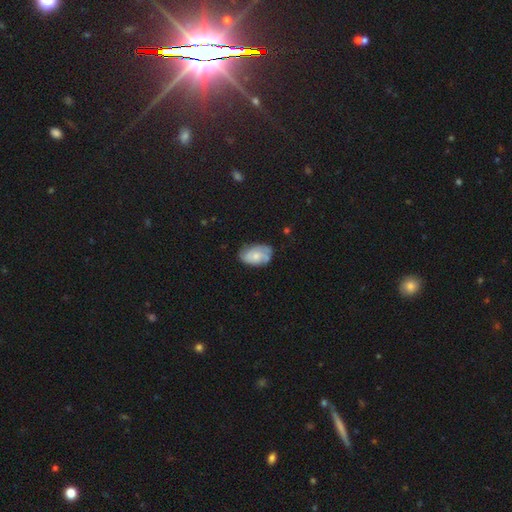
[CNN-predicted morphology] Q: Smooth or featured?
A: smooth (51%); runner-up: featured or disk (42%)
Q: How rounded?
A: in between (90%); runner-up: round (9%)
Q: Merging?
A: none (59%); runner-up: minor disturbance (30%)